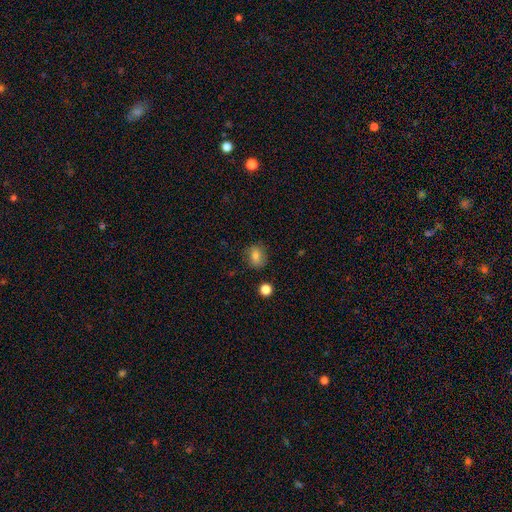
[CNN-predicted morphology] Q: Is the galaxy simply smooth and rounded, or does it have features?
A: smooth — 80%.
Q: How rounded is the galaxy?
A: round — 50%.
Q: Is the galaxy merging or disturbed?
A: none — 77%.